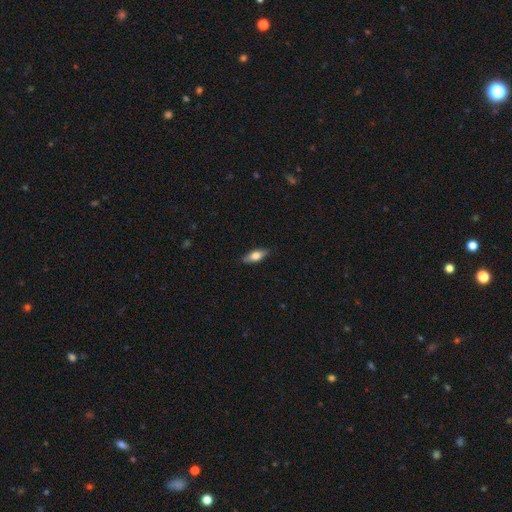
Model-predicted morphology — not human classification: A smooth galaxy with no disk features (68%) that is in between round and cigar-shaped (70%).

Vote fractions:
- Smooth or featured? smooth: 68% / featured or disk: 26% / star or artifact: 6%
- How rounded? in between: 70% / cigar-shaped: 27% / round: 3%
- Merging? none: 87% / minor disturbance: 10% / major disturbance: 2% / merger: 1%